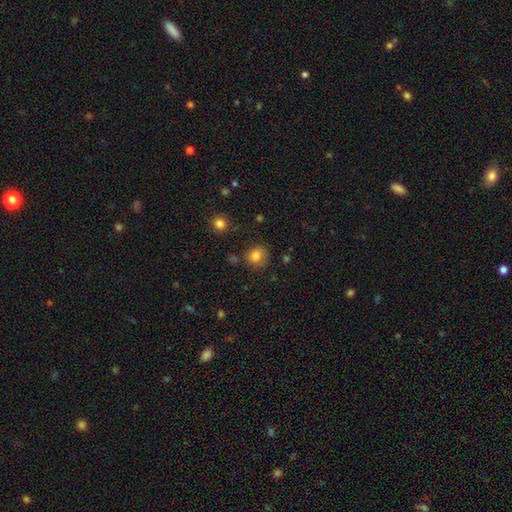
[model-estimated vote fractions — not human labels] This appears to be a smooth galaxy with no disk features (82%) that is round (82%). Merging: none (77%).